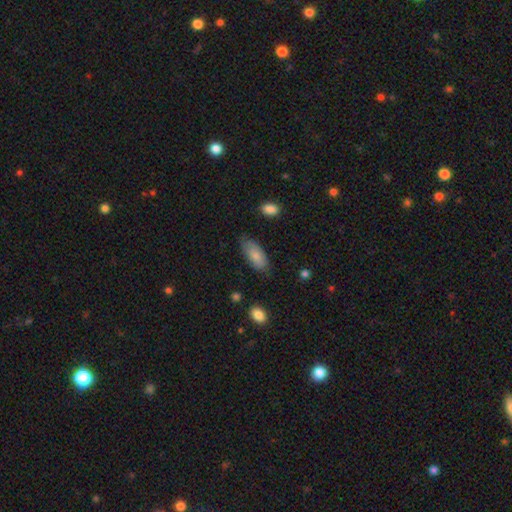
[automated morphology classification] A smooth galaxy with no disk features (81%) that is in between round and cigar-shaped (87%).

Vote fractions:
- Smooth or featured? smooth: 81% / featured or disk: 13% / star or artifact: 6%
- How rounded? in between: 87% / cigar-shaped: 11% / round: 2%
- Merging? none: 69% / minor disturbance: 24% / major disturbance: 5% / merger: 2%